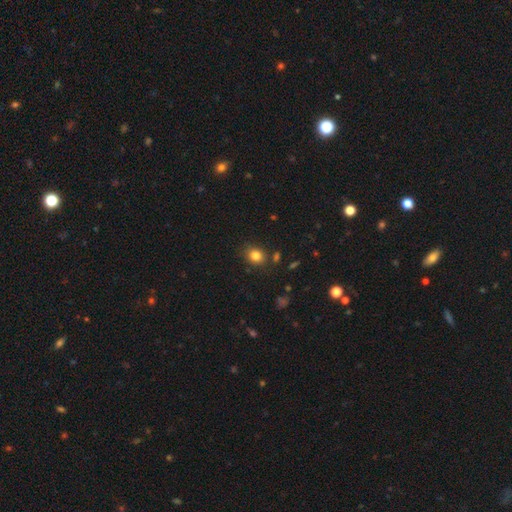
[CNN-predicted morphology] A smooth galaxy with no disk features (82%) that is round (57%).

Vote fractions:
- Smooth or featured? smooth: 82% / star or artifact: 11% / featured or disk: 7%
- How rounded? round: 57% / in between: 42% / cigar-shaped: 1%
- Merging? none: 81% / minor disturbance: 12% / merger: 4% / major disturbance: 3%